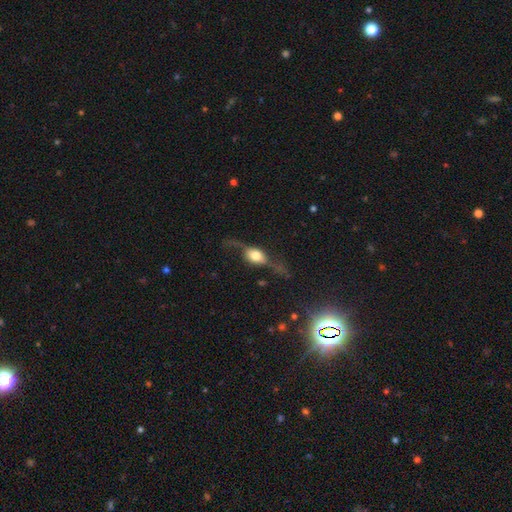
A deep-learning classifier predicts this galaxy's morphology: Smooth or featured?
  - featured or disk: 63% *
  - smooth: 29%
  - star or artifact: 8%
Edge-on disk?
  - yes: 58% *
  - no: 42%
Merging?
  - none: 51% *
  - major disturbance: 25%
  - minor disturbance: 20%
  - merger: 4%